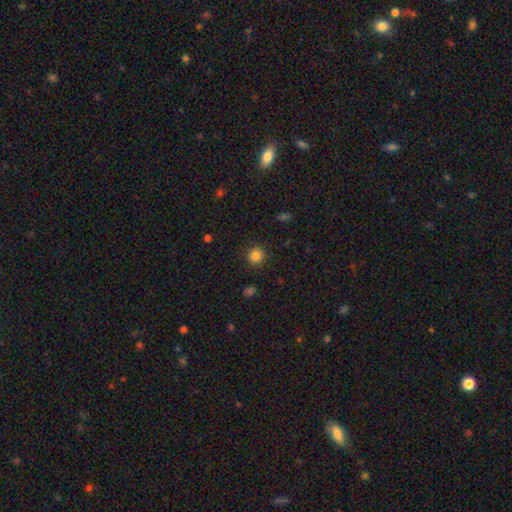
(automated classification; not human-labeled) This is clearly a smooth galaxy (83%). How rounded: clearly round (93%). Merging: clearly none (90%).